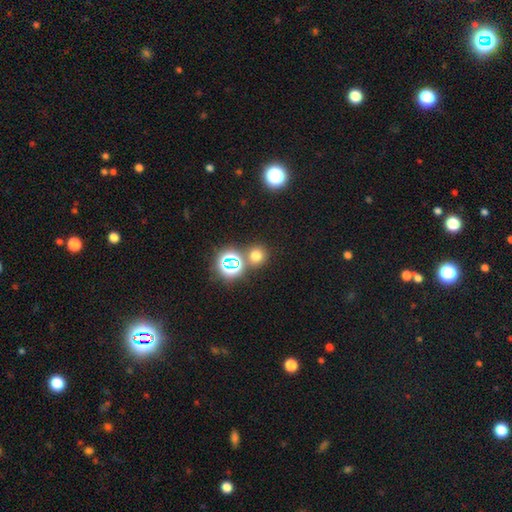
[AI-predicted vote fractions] smooth_or_featured: smooth (p=0.66) [alt: star or artifact p=0.27]
how_rounded: round (p=0.90) [alt: in between p=0.09]
merging: none (p=0.77) [alt: merger p=0.13]